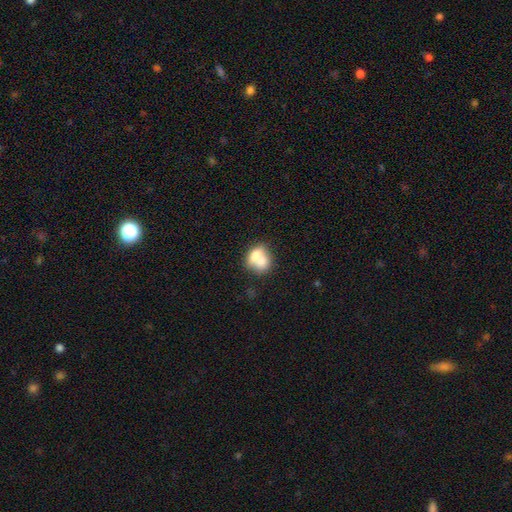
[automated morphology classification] Smooth or featured: smooth — 67% (featured or disk — 24%)
How rounded: in between — 51% (round — 47%)
Merging: merger — 60% (none — 25%)